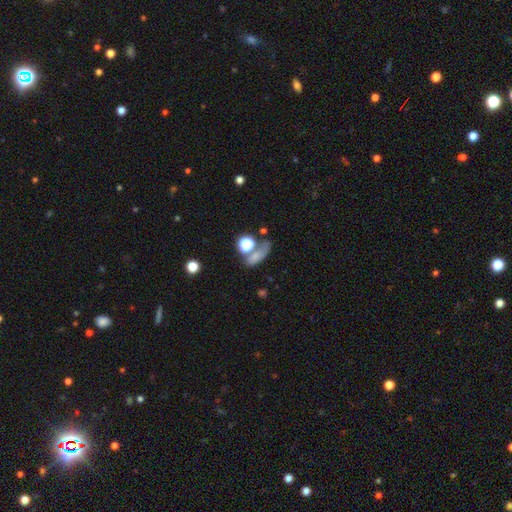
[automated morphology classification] Smooth or featured? Predicted: smooth (p=0.66). How rounded? Predicted: in between (p=0.56). Merging? Predicted: none (p=0.42).